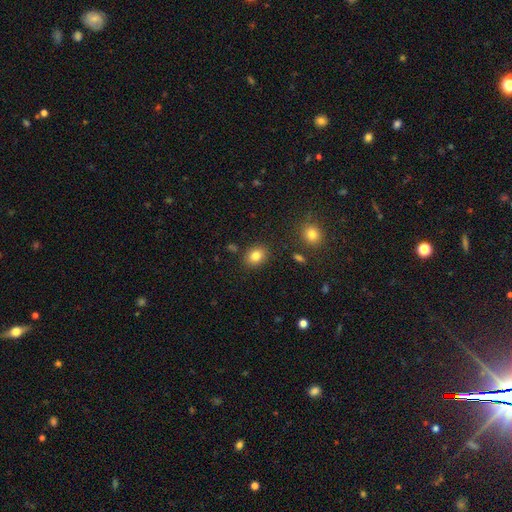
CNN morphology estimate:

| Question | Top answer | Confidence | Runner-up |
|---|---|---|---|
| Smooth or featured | smooth | 83% | star or artifact (10%) |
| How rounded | in between | 61% | round (38%) |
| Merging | none | 86% | minor disturbance (9%) |